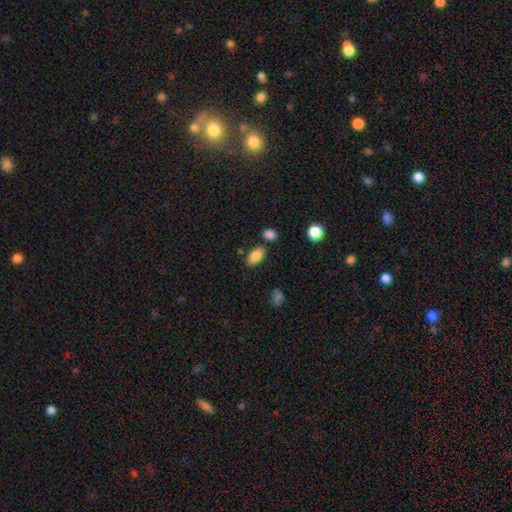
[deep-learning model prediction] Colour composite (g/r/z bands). It shows a smooth galaxy with no disk features (86%) that is in between round and cigar-shaped (92%). Merging: none (76%).